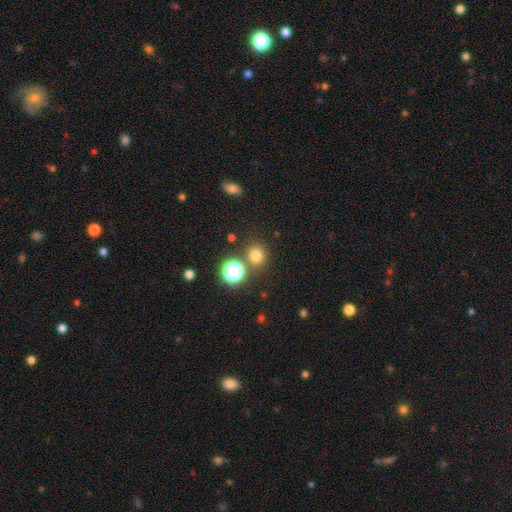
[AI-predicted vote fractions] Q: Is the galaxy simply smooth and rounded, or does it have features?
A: smooth — 74%.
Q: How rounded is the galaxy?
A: round — 82%.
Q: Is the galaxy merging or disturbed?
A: none — 78%.